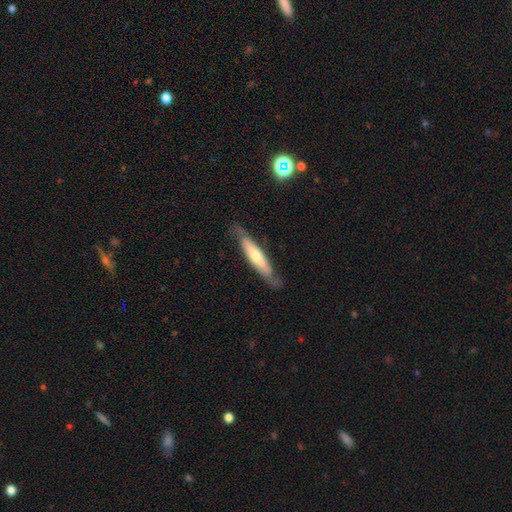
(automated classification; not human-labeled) Q: Smooth or featured?
A: featured or disk (52%); runner-up: smooth (42%)
Q: Edge-on disk?
A: yes (67%); runner-up: no (33%)
Q: Merging?
A: none (76%); runner-up: minor disturbance (17%)